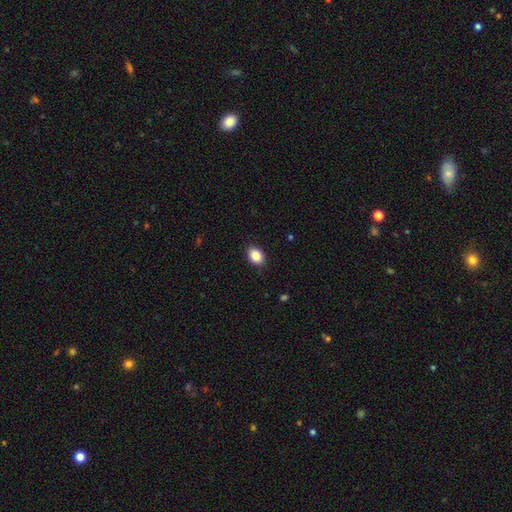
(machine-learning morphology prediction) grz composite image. It shows a smooth galaxy with no disk features (88%) that is in between round and cigar-shaped (78%). Merging: none (88%).